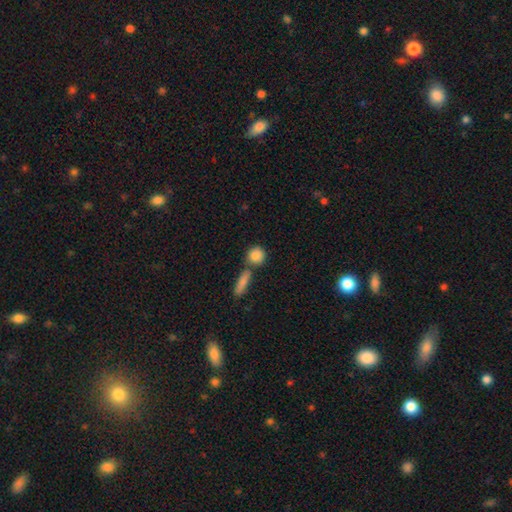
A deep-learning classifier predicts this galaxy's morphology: smooth 86%, star or artifact 7%, featured or disk 7%. Down the decision tree: how rounded — round (78%); merging — none (62%).